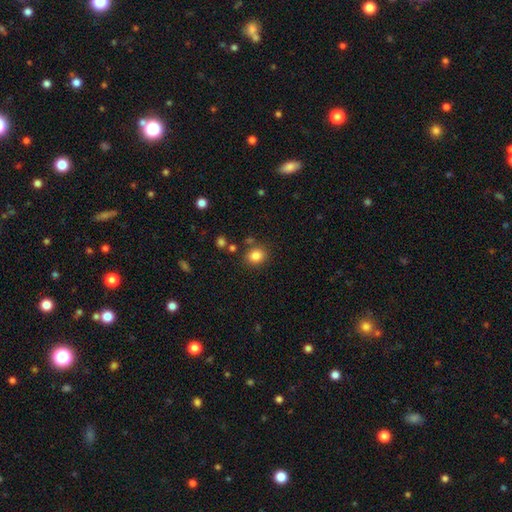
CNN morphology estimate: A smooth galaxy with no disk features (84%) that is round (67%).

Vote fractions:
- Smooth or featured? smooth: 84% / star or artifact: 11% / featured or disk: 5%
- How rounded? round: 67% / in between: 32% / cigar-shaped: 1%
- Merging? none: 80% / minor disturbance: 10% / merger: 5% / major disturbance: 4%